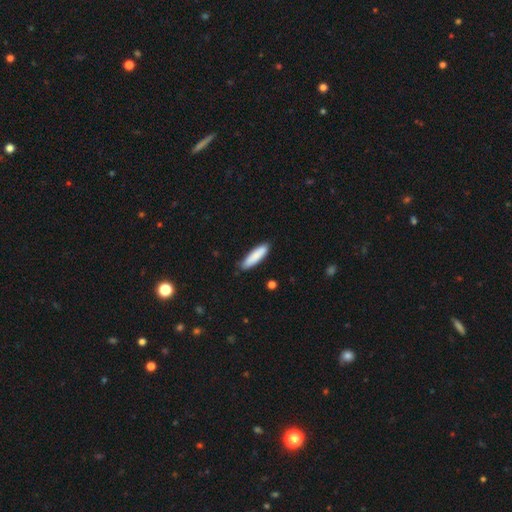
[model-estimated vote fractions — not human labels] Smooth or featured: smooth — 87% (featured or disk — 8%)
How rounded: cigar-shaped — 72% (in between — 26%)
Merging: none — 86% (minor disturbance — 11%)